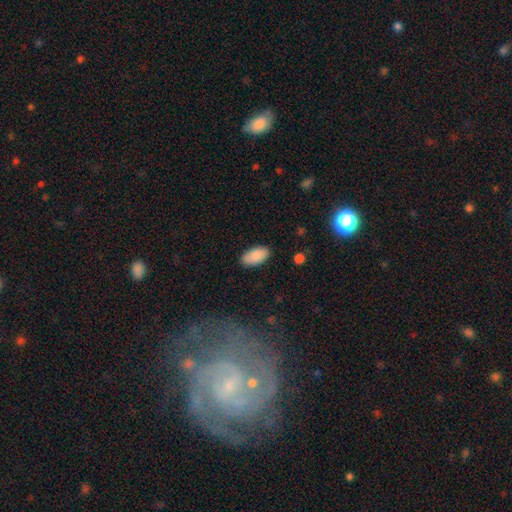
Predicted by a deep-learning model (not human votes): This appears to be a smooth galaxy with no disk features (87%) that is in between round and cigar-shaped (95%). Merging: none (85%).